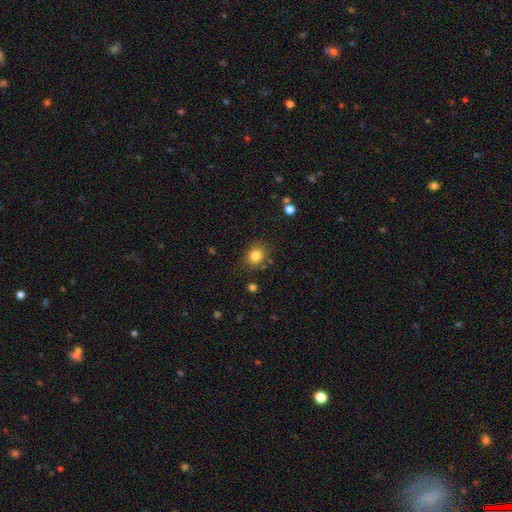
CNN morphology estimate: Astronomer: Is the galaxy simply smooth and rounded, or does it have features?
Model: smooth — 83%.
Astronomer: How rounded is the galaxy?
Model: round — 71%.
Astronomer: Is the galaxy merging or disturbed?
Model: none — 79%.